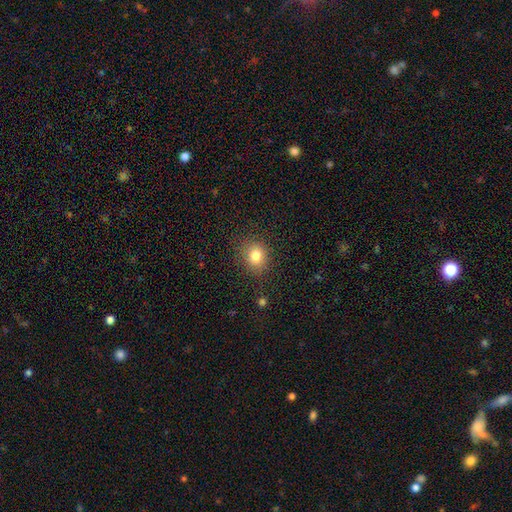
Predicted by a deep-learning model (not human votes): This is clearly a smooth galaxy (80%). How rounded: likely round (68%). Merging: clearly none (85%).